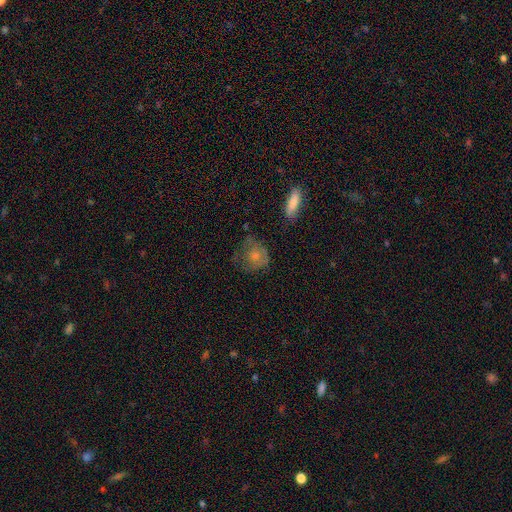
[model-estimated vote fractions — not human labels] smooth-or-featured: smooth: 61% | featured or disk: 29% | star or artifact: 10%
  how-rounded: round: 70% | in between: 29% | cigar-shaped: 2%
  merging: none: 45% | minor disturbance: 29% | major disturbance: 22% | merger: 4%